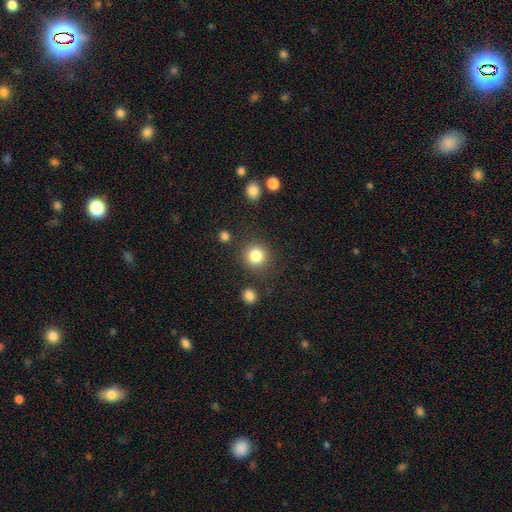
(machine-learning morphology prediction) type=smooth (83%); roundness=round (93%); merging=none (86%).